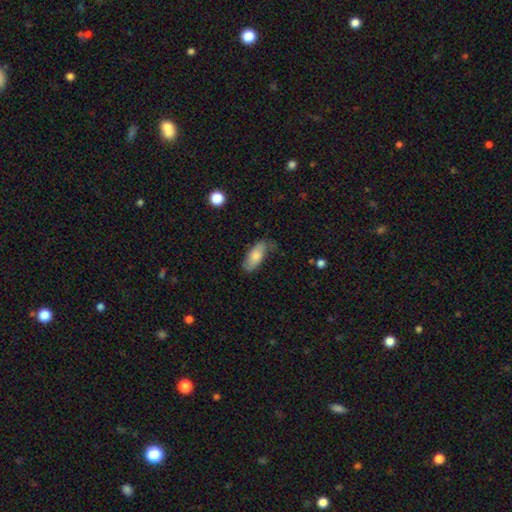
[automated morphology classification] The model was most divided on "merging": none: 61%, minor disturbance: 29%, major disturbance: 8%, merger: 2%. More confident: how rounded — in between (82%); smooth or featured — smooth (75%).